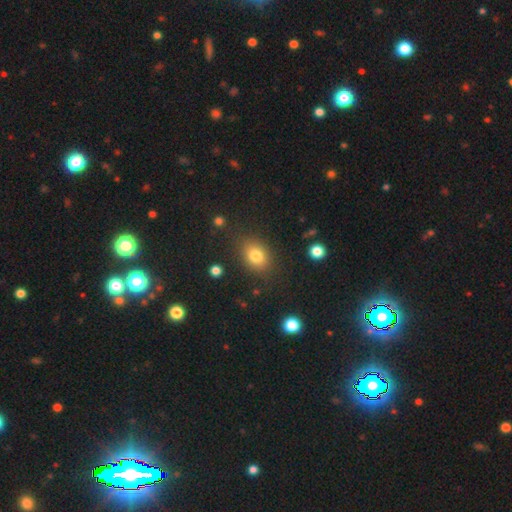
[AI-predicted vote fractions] This appears to be a smooth galaxy with no disk features (79%) that is in between round and cigar-shaped (58%). Merging: none (83%).